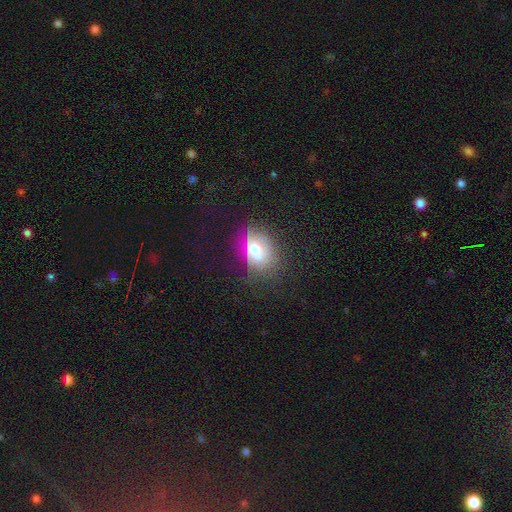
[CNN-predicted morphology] smooth-or-featured: smooth: 68% | featured or disk: 17% | star or artifact: 16%
  how-rounded: in between: 63% | round: 34% | cigar-shaped: 2%
  merging: none: 71% | minor disturbance: 20% | major disturbance: 8% | merger: 2%